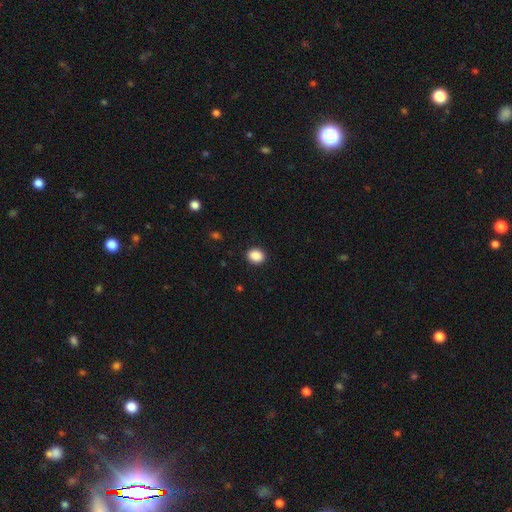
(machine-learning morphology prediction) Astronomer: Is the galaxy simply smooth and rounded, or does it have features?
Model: smooth — 89%.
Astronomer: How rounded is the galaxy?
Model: round — 58% (runner-up: in between, 41%).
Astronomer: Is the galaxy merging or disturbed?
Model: none — 91%.